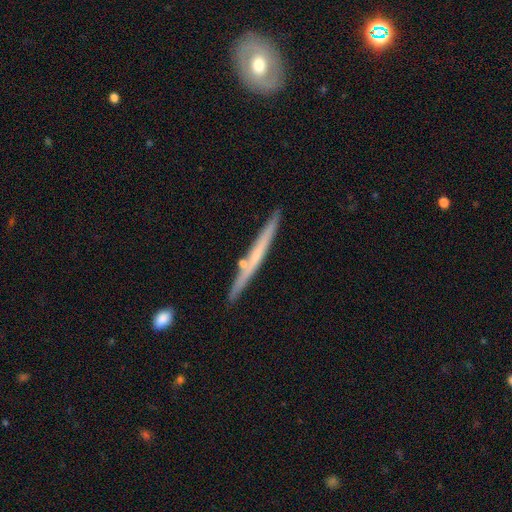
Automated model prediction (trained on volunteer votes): This is possibly a featured or disk galaxy (54%). It is clearly viewed edge-on (96%). Edge-on bulge: likely none (75%). Merging: clearly none (84%).